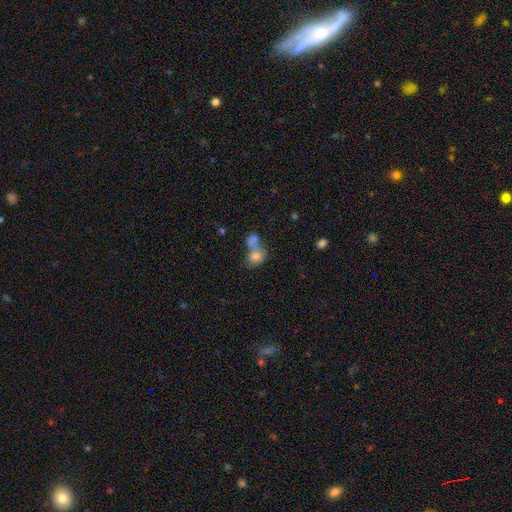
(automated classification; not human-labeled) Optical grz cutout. It shows a smooth galaxy with no disk features (75%) that is in between round and cigar-shaped (52%). Merging: merger (66%).